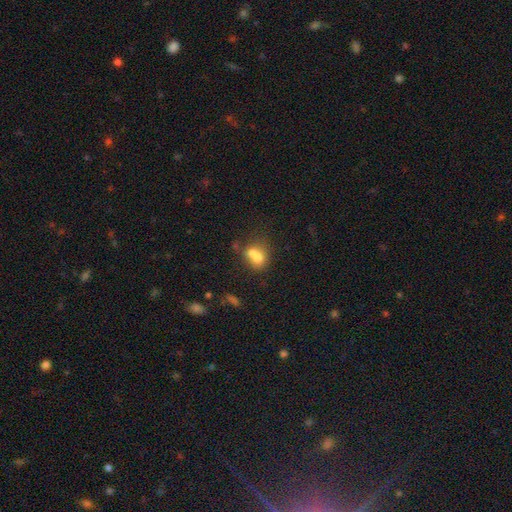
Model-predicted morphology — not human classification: Overall: smooth (68%). How rounded: round (51%; in between 48%). Merging: merger (62%; none 24%).